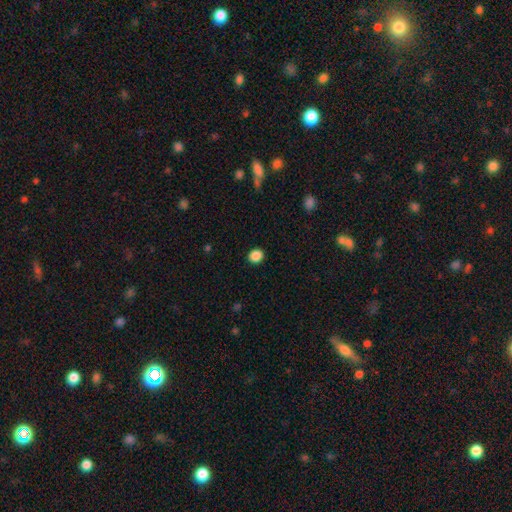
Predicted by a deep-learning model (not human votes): Smooth or featured? Predicted: smooth (p=0.87). How rounded? Predicted: round (p=0.79). Merging? Predicted: none (p=0.91).